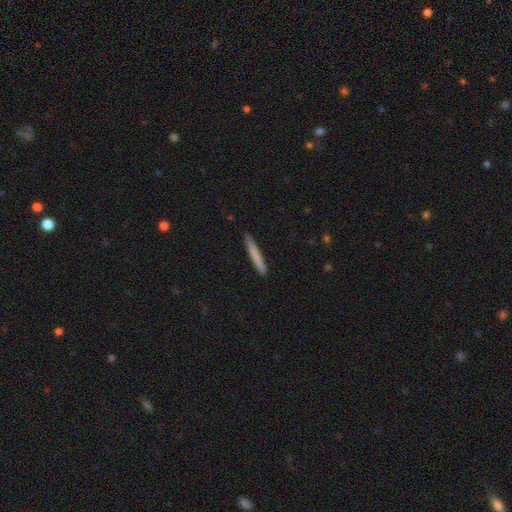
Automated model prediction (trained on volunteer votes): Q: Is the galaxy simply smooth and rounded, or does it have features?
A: smooth — 74%.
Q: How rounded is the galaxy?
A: cigar-shaped — 97%.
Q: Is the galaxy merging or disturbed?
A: none — 92%.